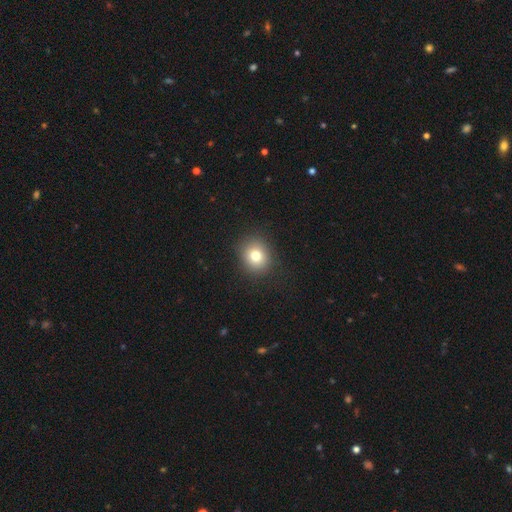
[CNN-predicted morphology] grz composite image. It shows a smooth galaxy with no disk features (79%) that is round (79%). Merging: none (89%).